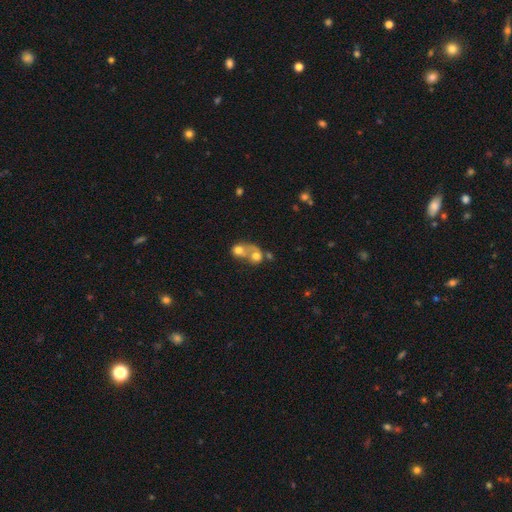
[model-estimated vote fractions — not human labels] smooth_or_featured: smooth (p=0.64) [alt: featured or disk p=0.25]
how_rounded: round (p=0.67) [alt: in between p=0.31]
merging: merger (p=0.72) [alt: none p=0.16]